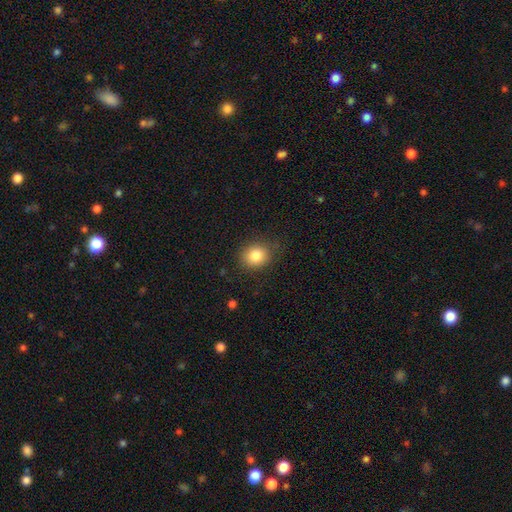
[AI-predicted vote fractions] This is clearly a smooth galaxy (83%). How rounded: likely round (72%). Merging: clearly none (83%).